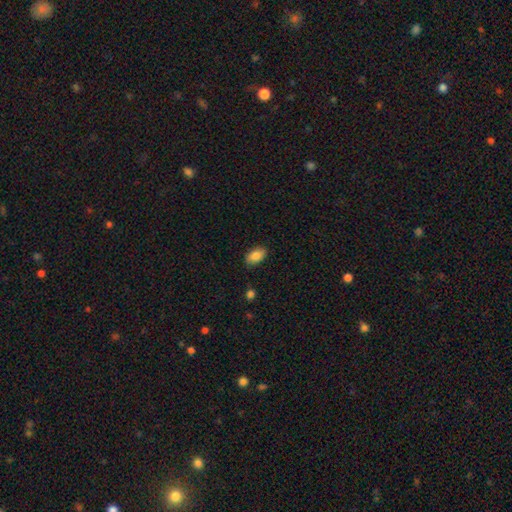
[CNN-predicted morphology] smooth-or-featured: smooth: 87% | star or artifact: 7% | featured or disk: 6%
  how-rounded: in between: 92% | round: 6% | cigar-shaped: 2%
  merging: none: 86% | minor disturbance: 10% | major disturbance: 2% | merger: 1%